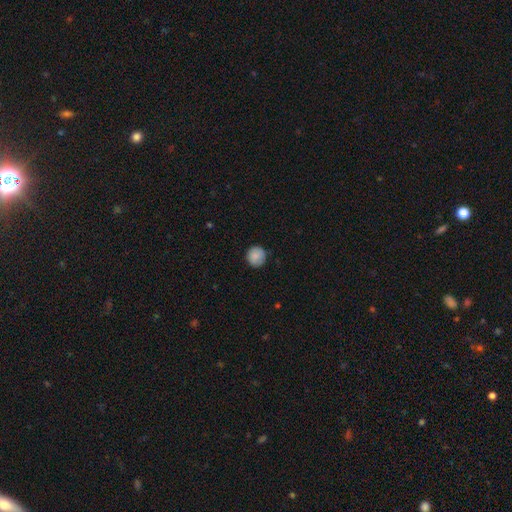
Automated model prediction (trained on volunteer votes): Smooth or featured? Predicted: smooth (p=0.86). How rounded? Predicted: round (p=0.93). Merging? Predicted: none (p=0.85).